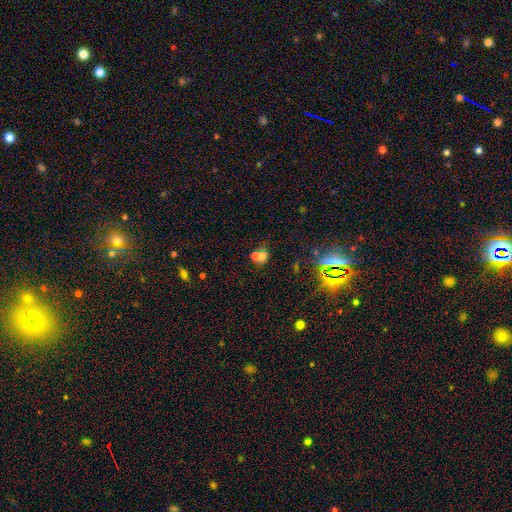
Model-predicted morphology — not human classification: Smooth or featured?
  - smooth: 56% *
  - star or artifact: 27%
  - featured or disk: 17%
How rounded?
  - round: 71% *
  - in between: 28%
  - cigar-shaped: 1%
Merging?
  - merger: 49% *
  - none: 39%
  - minor disturbance: 7%
  - major disturbance: 4%